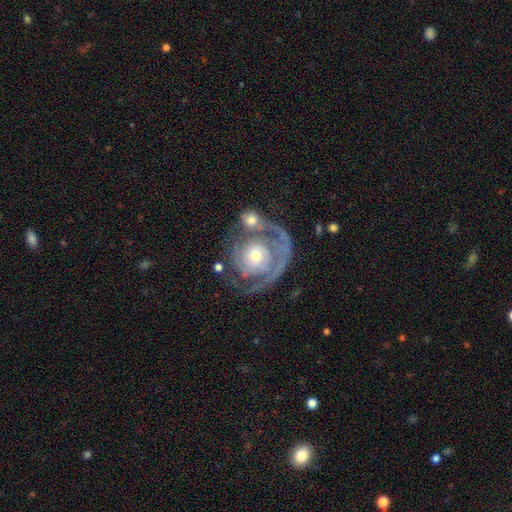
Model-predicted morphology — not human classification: A featured or disk galaxy (80%) with no bar (82%), 2 (34%) tight (63%) spiral arms (80%) and a small central bulge (47%). Merging: none (39%).